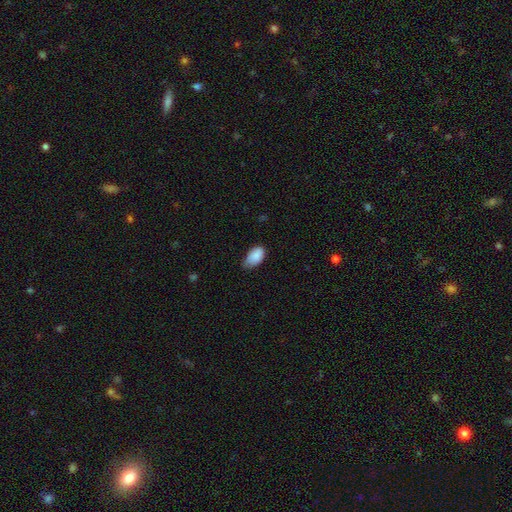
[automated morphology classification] smooth 87%, star or artifact 7%, featured or disk 6%. Down the decision tree: how rounded — in between (93%); merging — none (49%).